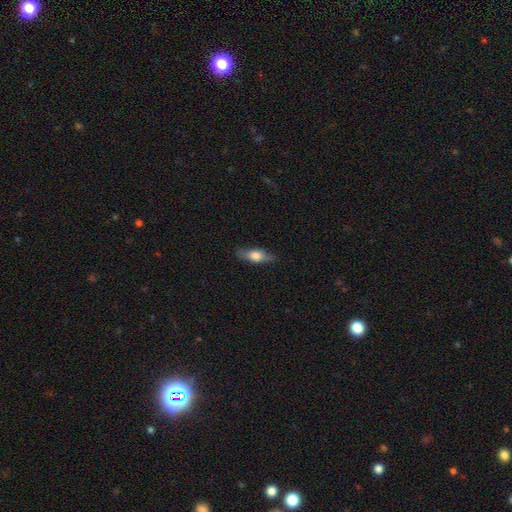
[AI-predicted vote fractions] A smooth galaxy with no disk features (58%) that is in between round and cigar-shaped (61%).

Vote fractions:
- Smooth or featured? smooth: 58% / featured or disk: 35% / star or artifact: 6%
- How rounded? in between: 61% / cigar-shaped: 34% / round: 5%
- Merging? none: 82% / minor disturbance: 14% / major disturbance: 3% / merger: 1%